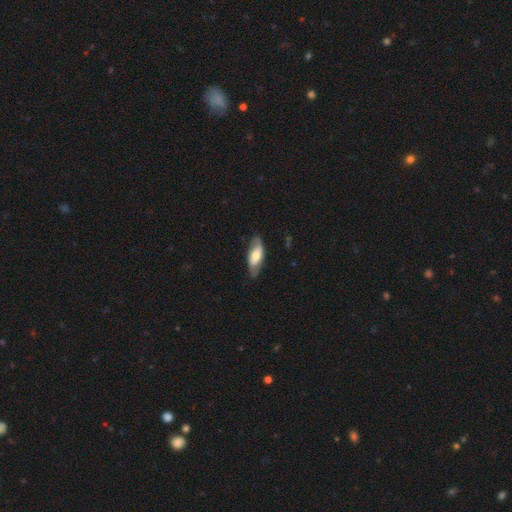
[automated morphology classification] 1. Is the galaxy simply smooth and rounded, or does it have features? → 54% smooth, 40% featured or disk, 6% star or artifact.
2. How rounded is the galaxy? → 77% in between, 21% cigar-shaped, 2% round.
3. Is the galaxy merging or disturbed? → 74% none, 19% minor disturbance, 5% major disturbance, 1% merger.